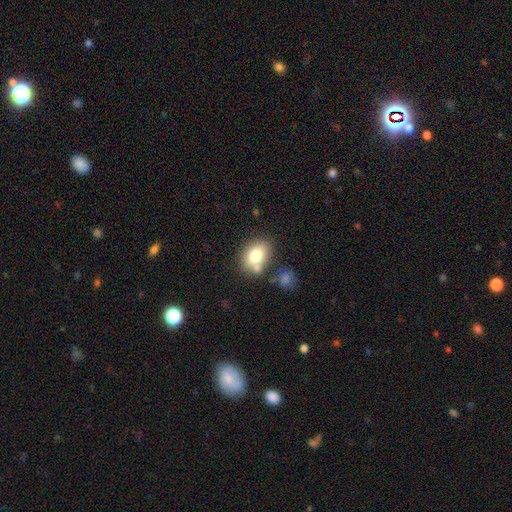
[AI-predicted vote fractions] This appears to be a smooth galaxy with no disk features (77%) that is in between round and cigar-shaped (65%). Merging: none (62%).